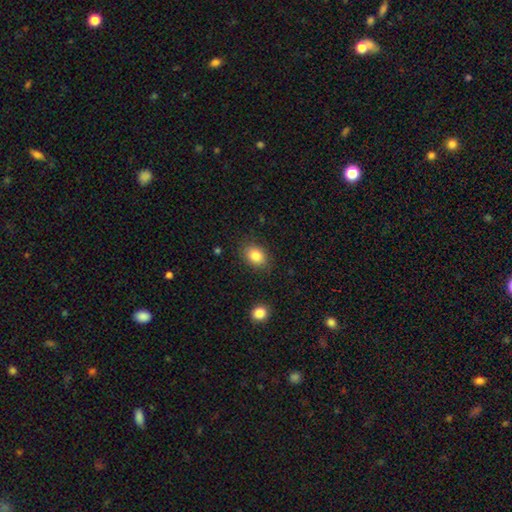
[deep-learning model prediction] This is clearly a smooth galaxy (84%). How rounded: likely in between (69%). Merging: clearly none (84%).